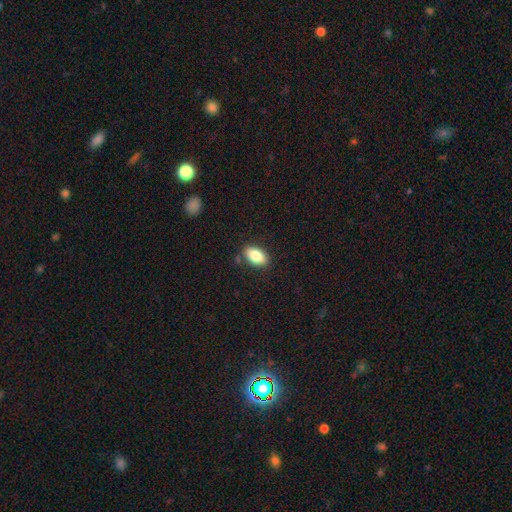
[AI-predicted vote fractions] Smooth or featured: smooth — 84% (featured or disk — 8%)
How rounded: in between — 91% (round — 6%)
Merging: none — 84% (minor disturbance — 11%)